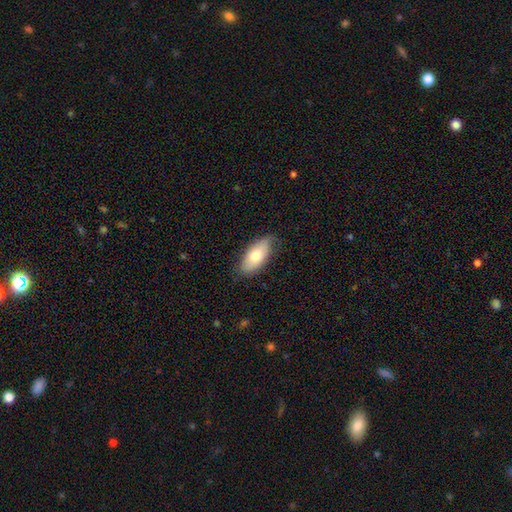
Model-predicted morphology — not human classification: smooth-or-featured: smooth: 72% | featured or disk: 22% | star or artifact: 6%
  how-rounded: in between: 91% | cigar-shaped: 6% | round: 3%
  merging: none: 75% | minor disturbance: 20% | major disturbance: 4% | merger: 1%